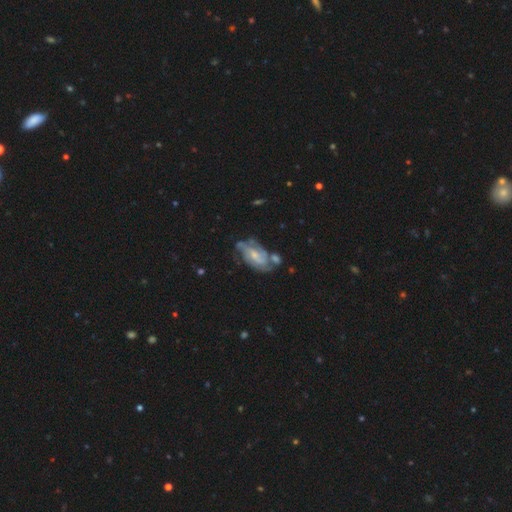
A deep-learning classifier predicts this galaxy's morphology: featured or disk 76%, smooth 18%, star or artifact 6%. Down the decision tree: edge-on disk — no (95%); bar — weak (45%); spiral arms — yes (90%); spiral arm count — 2 (50%); spiral winding — tight (46%); bulge size — small (46%); merging — none (48%).